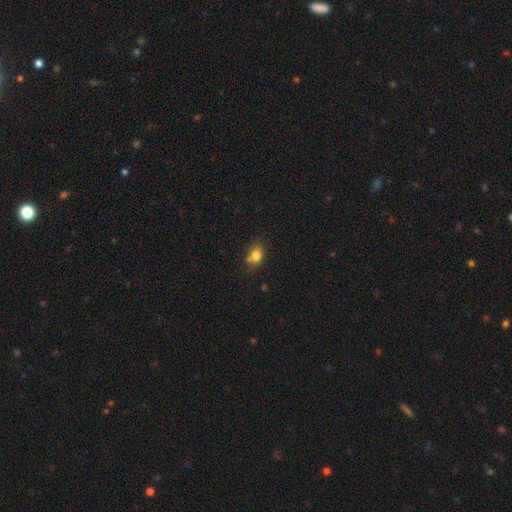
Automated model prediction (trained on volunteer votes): A smooth galaxy with no disk features (79%) that is in between round and cigar-shaped (59%). Merging: none (58%).